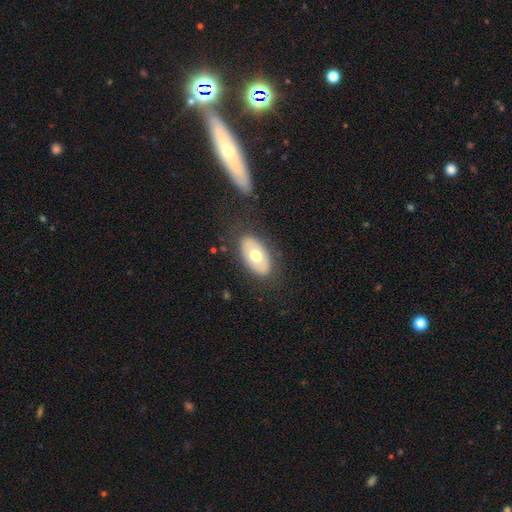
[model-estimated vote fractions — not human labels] Smooth or featured? smooth (60%)
How rounded? in between (93%)
Merging? none (82%)